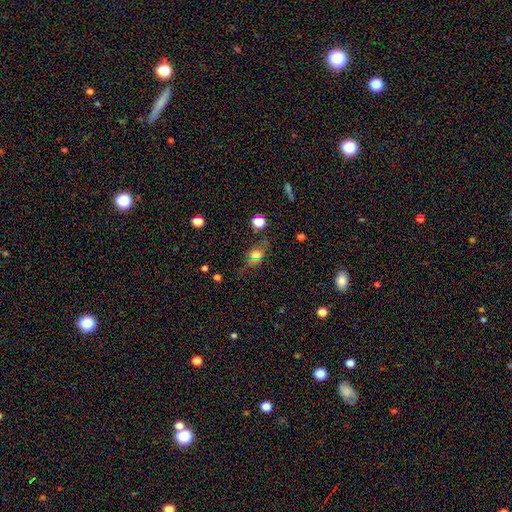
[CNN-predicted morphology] type=smooth (59%); roundness=in between (73%); merging=none (75%).